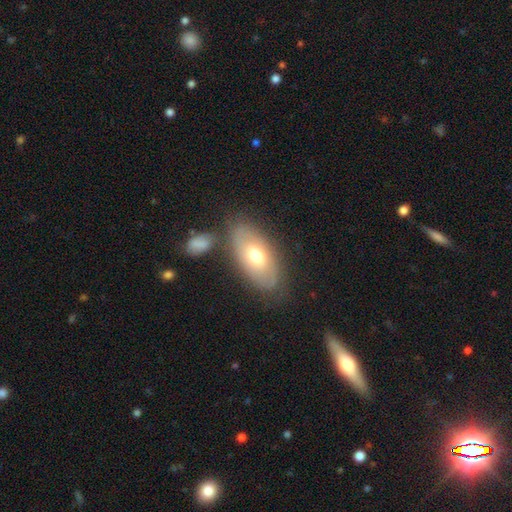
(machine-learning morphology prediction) Q: Smooth or featured?
A: smooth (56%); runner-up: featured or disk (37%)
Q: How rounded?
A: in between (91%); runner-up: round (5%)
Q: Merging?
A: none (69%); runner-up: minor disturbance (16%)